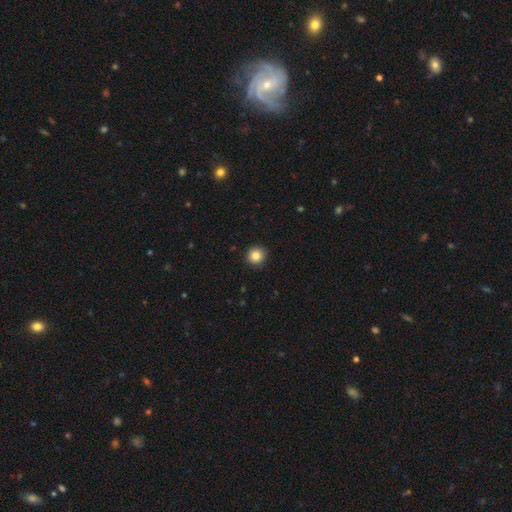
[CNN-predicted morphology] This appears to be a smooth galaxy with no disk features (85%) that is round (93%). Merging: none (91%).